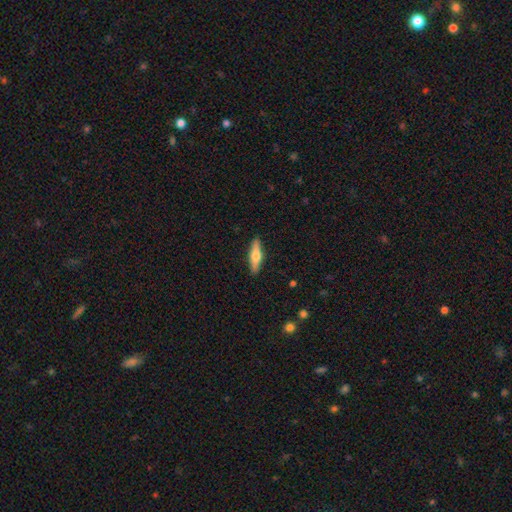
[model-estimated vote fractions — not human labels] A smooth galaxy with no disk features (50%).

Vote fractions:
- Smooth or featured? smooth: 50% / featured or disk: 44% / star or artifact: 6%
- Merging? none: 90% / minor disturbance: 7% / major disturbance: 2% / merger: 1%